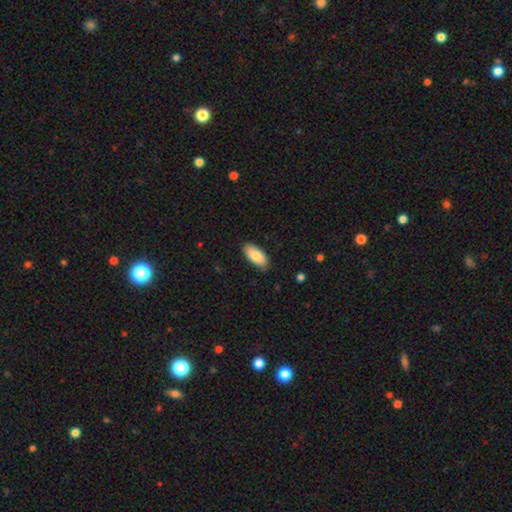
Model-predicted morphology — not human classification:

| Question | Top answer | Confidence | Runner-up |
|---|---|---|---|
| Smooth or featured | smooth | 83% | featured or disk (10%) |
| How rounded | in between | 90% | cigar-shaped (8%) |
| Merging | none | 84% | minor disturbance (13%) |